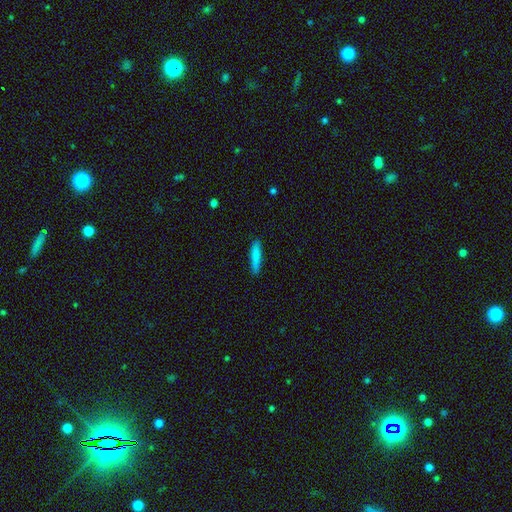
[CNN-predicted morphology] The model was most divided on "smooth or featured": smooth: 82%, featured or disk: 11%, star or artifact: 6%. More confident: how rounded — cigar-shaped (86%); merging — none (86%).